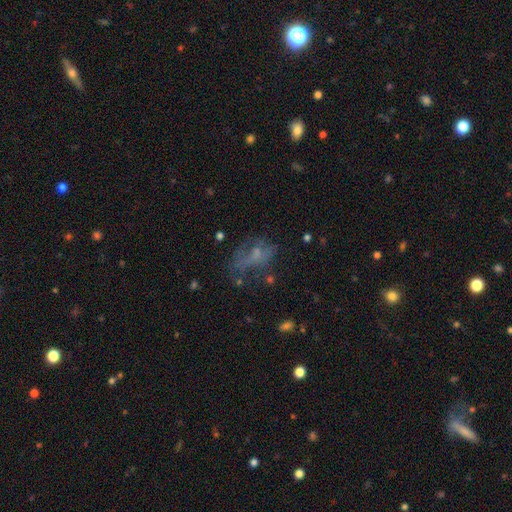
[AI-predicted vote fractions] Smooth or featured: smooth — 42% (featured or disk — 38%)
Merging: none — 37% (major disturbance — 35%)